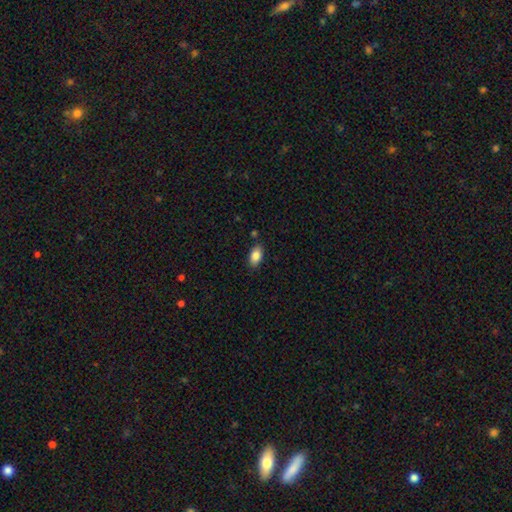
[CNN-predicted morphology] Smooth or featured?
  - smooth: 86% *
  - star or artifact: 8%
  - featured or disk: 7%
How rounded?
  - in between: 92% *
  - round: 5%
  - cigar-shaped: 4%
Merging?
  - none: 85% *
  - minor disturbance: 11%
  - merger: 2%
  - major disturbance: 2%